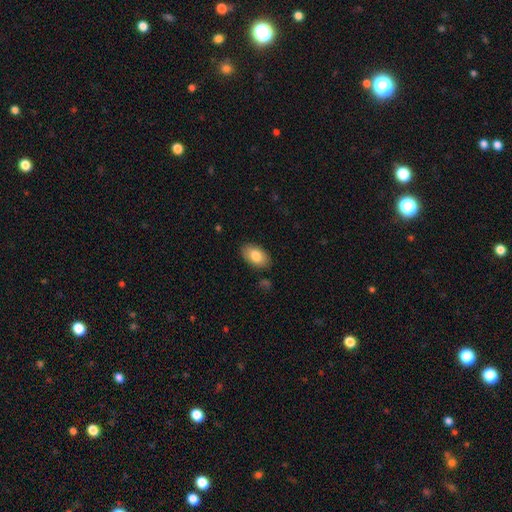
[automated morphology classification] A smooth galaxy with no disk features (83%) that is in between round and cigar-shaped (93%). Merging: none (86%).